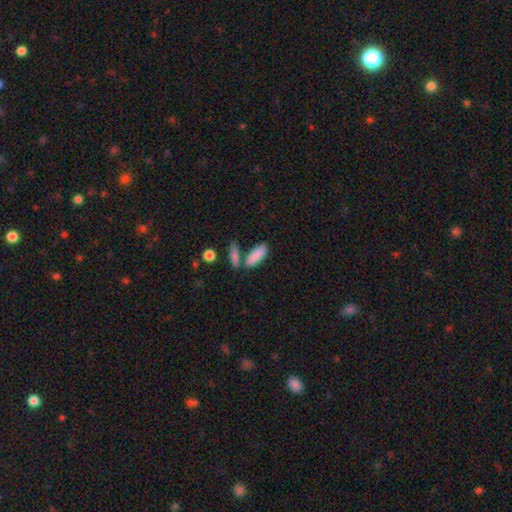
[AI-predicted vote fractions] Q: Smooth or featured?
A: smooth (87%); runner-up: featured or disk (7%)
Q: How rounded?
A: in between (67%); runner-up: cigar-shaped (31%)
Q: Merging?
A: none (61%); runner-up: merger (21%)